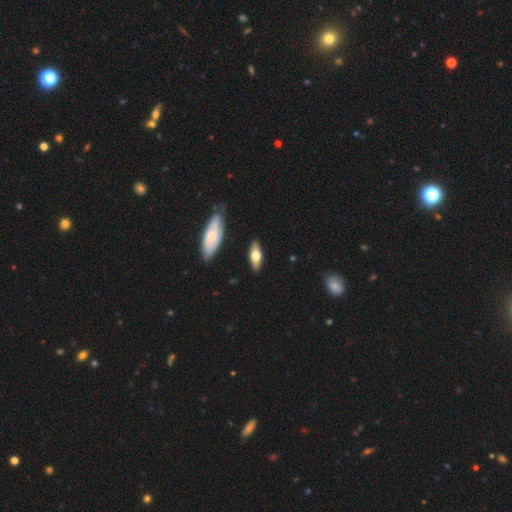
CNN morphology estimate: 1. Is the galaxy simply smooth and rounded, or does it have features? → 57% smooth, 37% featured or disk, 6% star or artifact.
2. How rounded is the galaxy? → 71% in between, 26% cigar-shaped, 3% round.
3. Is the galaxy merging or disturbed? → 84% none, 12% minor disturbance, 2% major disturbance, 2% merger.